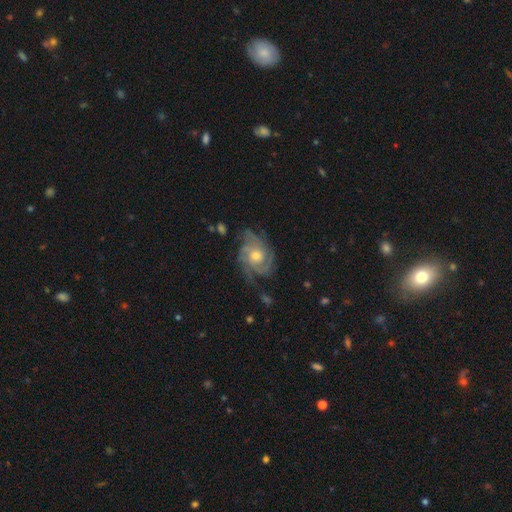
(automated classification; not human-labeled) smooth-or-featured: featured or disk: 86% | smooth: 9% | star or artifact: 6%
  disk-edge-on: no: 97% | yes: 3%
    bar: no: 77% | weak: 20% | strong: 3%
    has-spiral-arms: yes: 96% | no: 4%
      spiral-winding: tight: 53% | medium: 37% | loose: 10%
      spiral-arm-count: 3: 31% | can't tell: 21% | 4: 21% | 2: 13% | more than 4: 7% | 1: 6%
    bulge-size: moderate: 67% | small: 26% | large: 5% | none: 1% | dominant: 1%
  merging: none: 67% | minor disturbance: 21% | major disturbance: 10% | merger: 2%